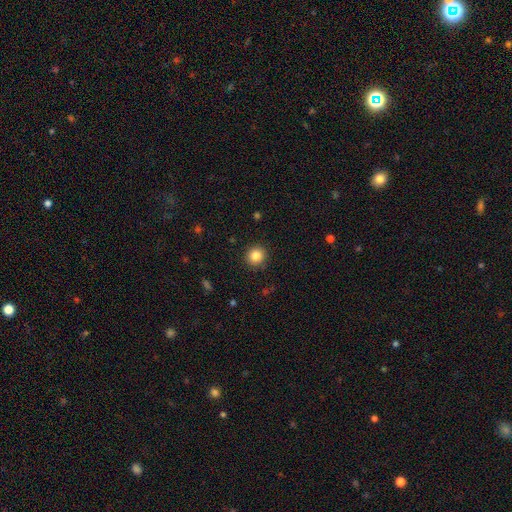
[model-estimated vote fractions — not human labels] Q: Smooth or featured?
A: smooth (84%); runner-up: star or artifact (11%)
Q: How rounded?
A: round (91%); runner-up: in between (8%)
Q: Merging?
A: none (90%); runner-up: minor disturbance (6%)